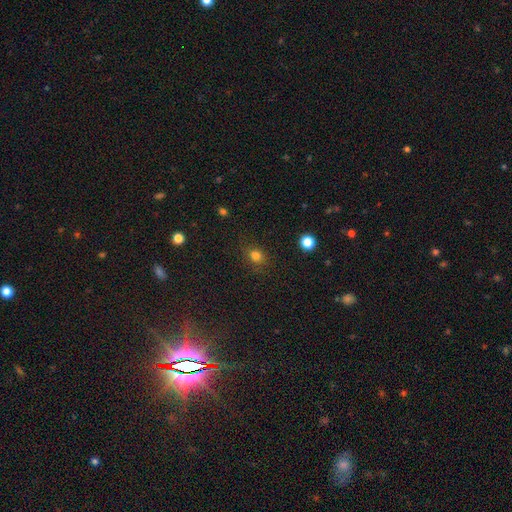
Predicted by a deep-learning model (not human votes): A smooth galaxy with no disk features (78%) that is round (64%). Merging: none (81%).